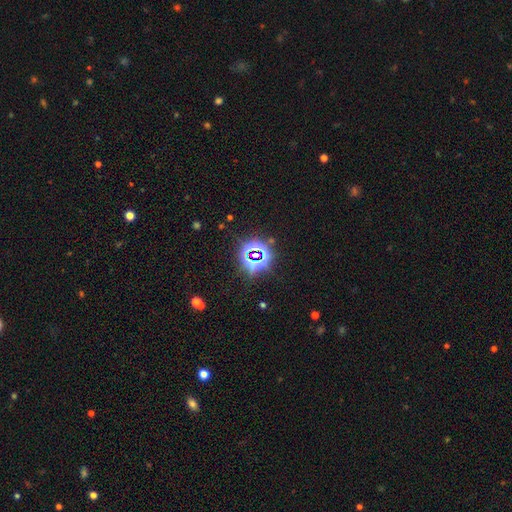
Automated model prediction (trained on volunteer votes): Morphology: type=star or artifact (79%).